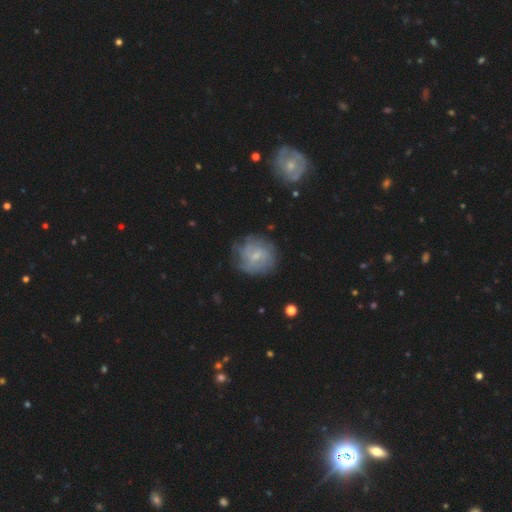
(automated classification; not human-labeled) Morphology: type=featured or disk (56%); edge-on=no (97%); bar=no (51%); spiral arms=yes (71%); bulge=small (67%); merging=none (67%).